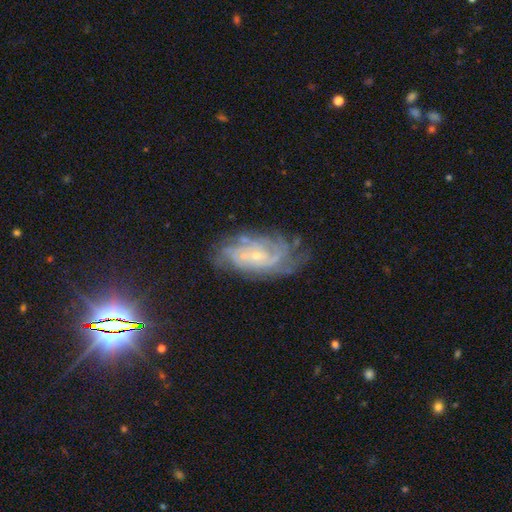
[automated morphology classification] featured or disk 81%, smooth 10%, star or artifact 9%. Down the decision tree: edge-on disk — no (95%); bar — no (71%); spiral arms — yes (93%); spiral arm count — can't tell (42%); spiral winding — tight (63%); bulge size — small (83%); merging — none (66%).